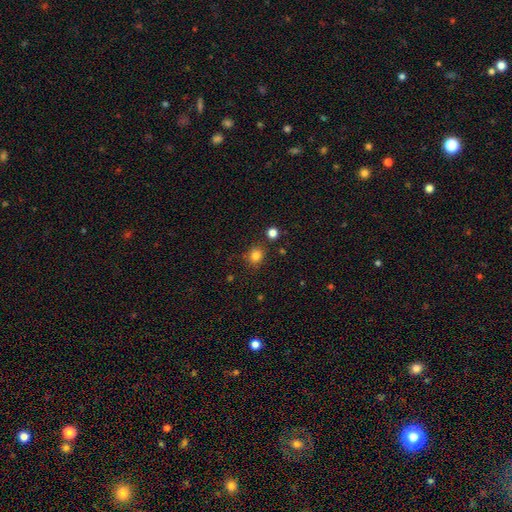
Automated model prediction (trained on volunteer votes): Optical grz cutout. It shows a smooth galaxy with no disk features (81%) that is round (82%). Merging: none (82%).